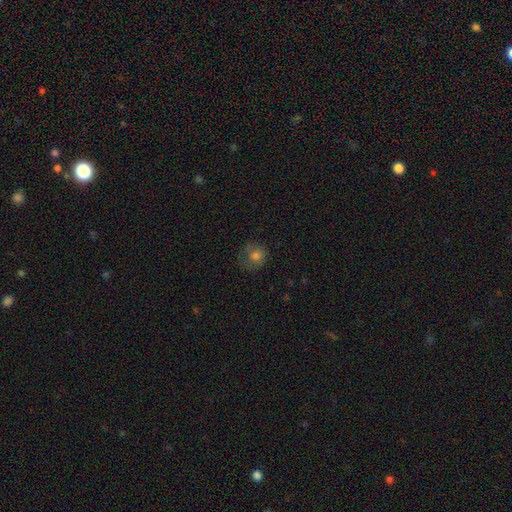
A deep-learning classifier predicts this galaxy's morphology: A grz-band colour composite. It shows a smooth galaxy with no disk features (73%) that is round (78%). Merging: none (61%).